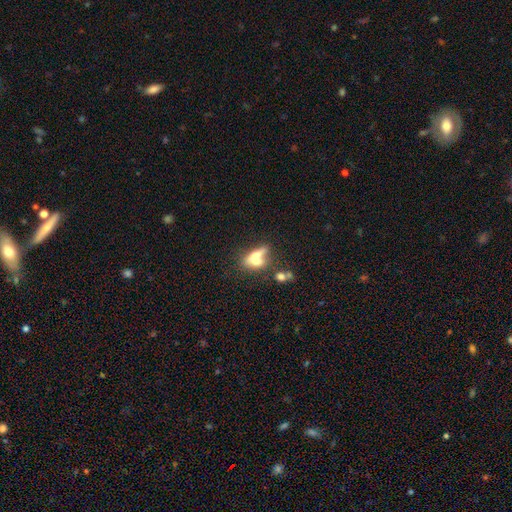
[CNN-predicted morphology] smooth 56%, featured or disk 34%, star or artifact 11%. Down the decision tree: how rounded — in between (61%); merging — merger (57%).